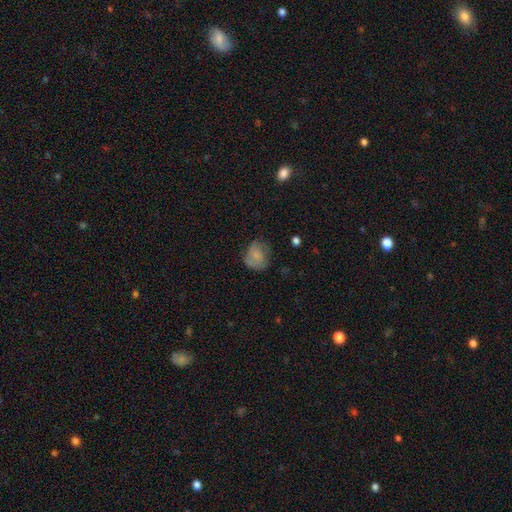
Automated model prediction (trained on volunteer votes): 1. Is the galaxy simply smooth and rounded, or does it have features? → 73% smooth, 17% featured or disk, 10% star or artifact.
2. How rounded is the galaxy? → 61% round, 38% in between, 1% cigar-shaped.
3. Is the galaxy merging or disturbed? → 55% none, 29% minor disturbance, 14% major disturbance, 2% merger.